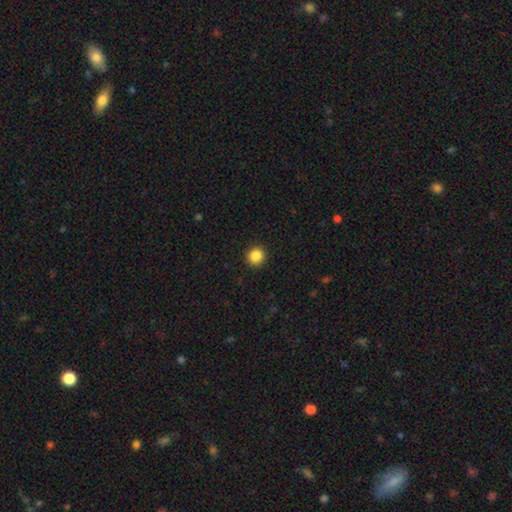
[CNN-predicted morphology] Overall: smooth (87%). How rounded: round (92%). Merging: none (92%).